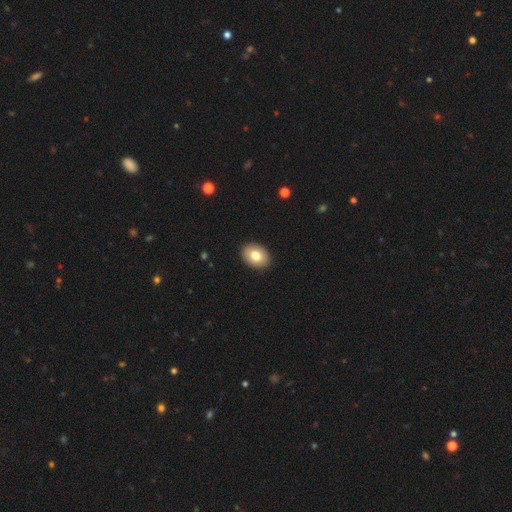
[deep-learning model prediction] smooth-or-featured: smooth: 80% | featured or disk: 12% | star or artifact: 8%
  how-rounded: in between: 73% | round: 26% | cigar-shaped: 1%
  merging: none: 91% | minor disturbance: 7% | major disturbance: 2% | merger: 1%